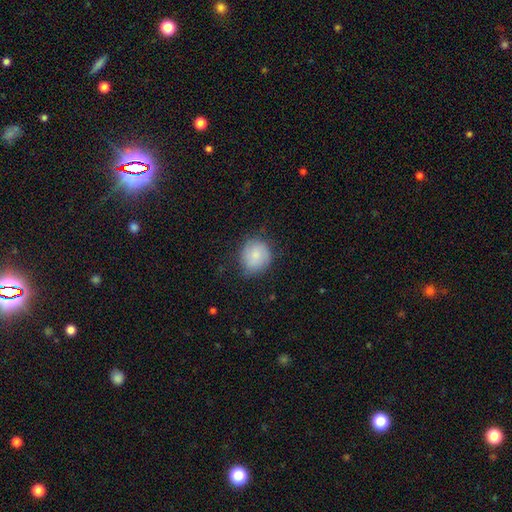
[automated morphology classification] A smooth galaxy with no disk features (77%) that is round (83%). Merging: none (73%).